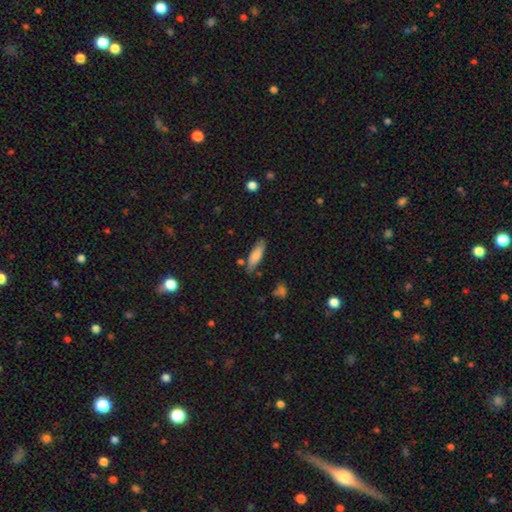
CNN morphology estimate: Smooth or featured?
  - smooth: 79% *
  - featured or disk: 14%
  - star or artifact: 6%
How rounded?
  - in between: 52% *
  - cigar-shaped: 46%
  - round: 2%
Merging?
  - none: 77% *
  - minor disturbance: 16%
  - merger: 5%
  - major disturbance: 3%